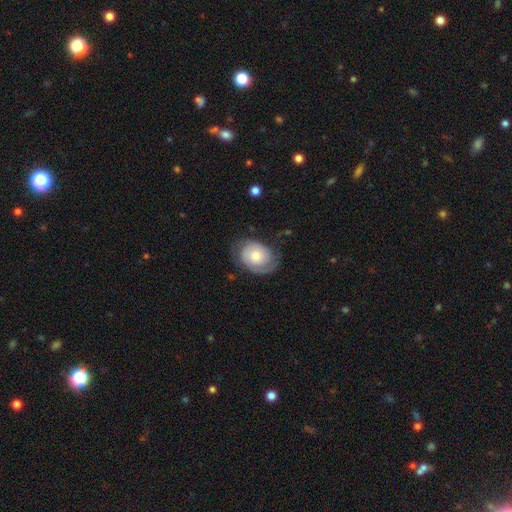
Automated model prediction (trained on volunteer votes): smooth-or-featured: featured or disk: 56% | smooth: 37% | star or artifact: 6%
  disk-edge-on: no: 96% | yes: 4%
    bar: no: 82% | weak: 16% | strong: 3%
    has-spiral-arms: yes: 80% | no: 20%
    bulge-size: moderate: 51% | small: 40% | large: 6% | none: 2% | dominant: 1%
  merging: none: 62% | minor disturbance: 25% | major disturbance: 13% | merger: 1%